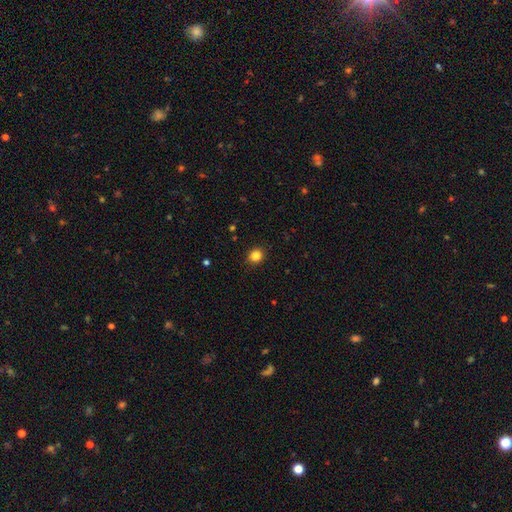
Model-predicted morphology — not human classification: This is clearly a smooth galaxy (84%). How rounded: likely round (79%). Merging: clearly none (91%).